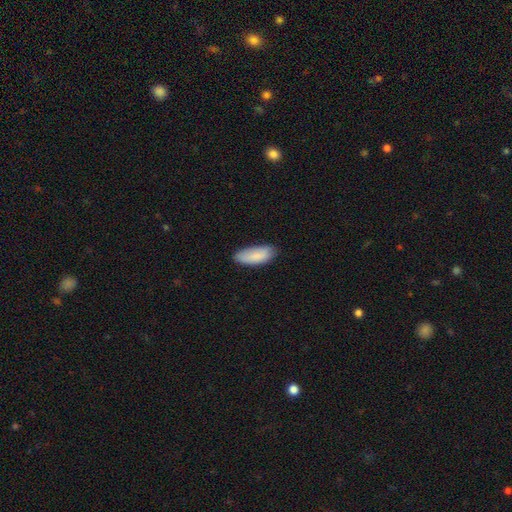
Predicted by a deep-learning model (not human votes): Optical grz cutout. It shows a smooth galaxy with no disk features (87%) that is in between round and cigar-shaped (82%). Merging: none (75%).